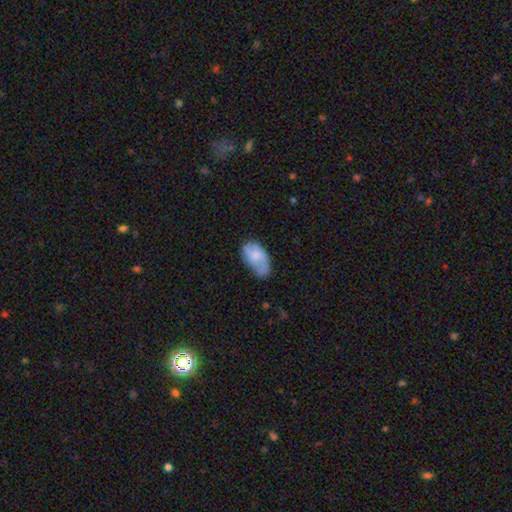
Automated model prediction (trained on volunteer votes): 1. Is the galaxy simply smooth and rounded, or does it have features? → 62% smooth, 32% featured or disk, 7% star or artifact.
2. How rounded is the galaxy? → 94% in between, 5% round, 2% cigar-shaped.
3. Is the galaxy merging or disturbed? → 51% none, 33% minor disturbance, 13% major disturbance, 3% merger.